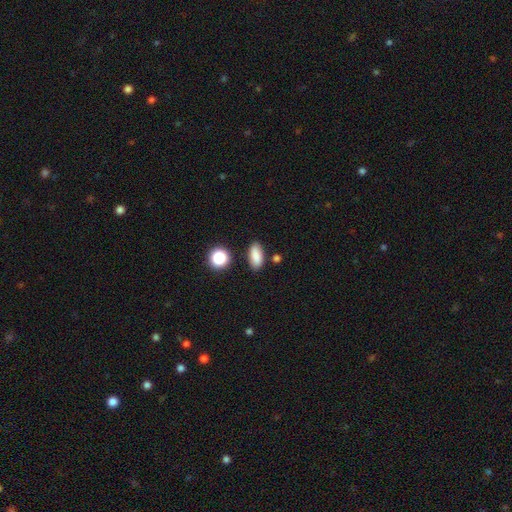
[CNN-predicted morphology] Smooth or featured?
  - smooth: 84% *
  - star or artifact: 10%
  - featured or disk: 6%
How rounded?
  - in between: 85% *
  - cigar-shaped: 9%
  - round: 7%
Merging?
  - none: 83% *
  - minor disturbance: 11%
  - merger: 4%
  - major disturbance: 3%